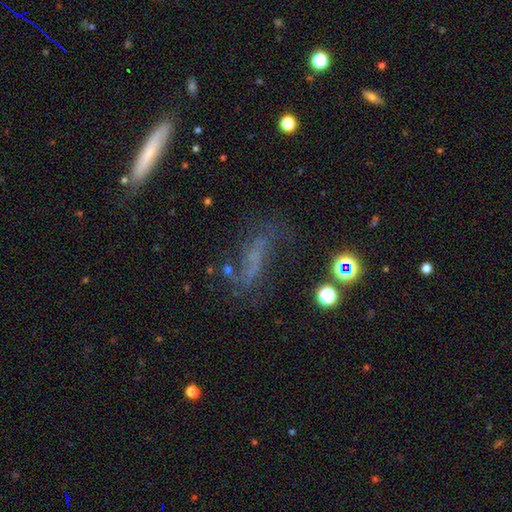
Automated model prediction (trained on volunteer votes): Morphology: type=featured or disk (38%); merging=none (49%).